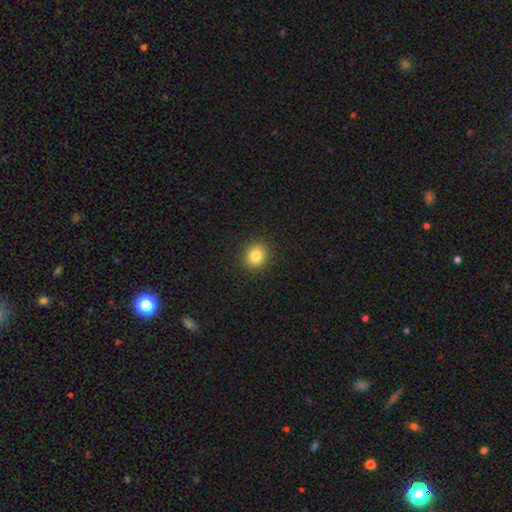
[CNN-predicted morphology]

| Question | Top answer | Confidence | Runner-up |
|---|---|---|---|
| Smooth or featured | smooth | 84% | star or artifact (11%) |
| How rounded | round | 72% | in between (27%) |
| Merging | none | 91% | minor disturbance (6%) |